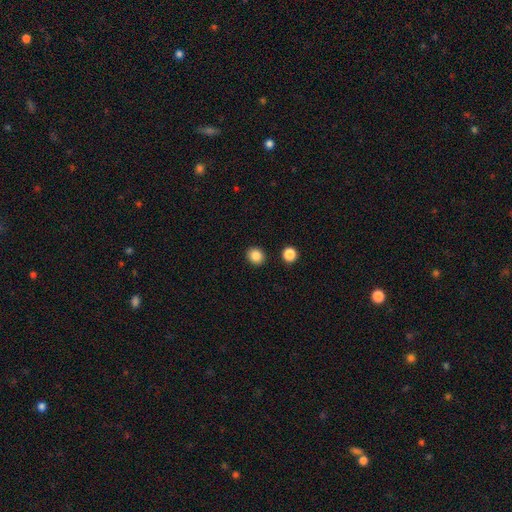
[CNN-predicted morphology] Q: Smooth or featured?
A: smooth (86%); runner-up: star or artifact (10%)
Q: How rounded?
A: round (75%); runner-up: in between (24%)
Q: Merging?
A: none (90%); runner-up: minor disturbance (6%)